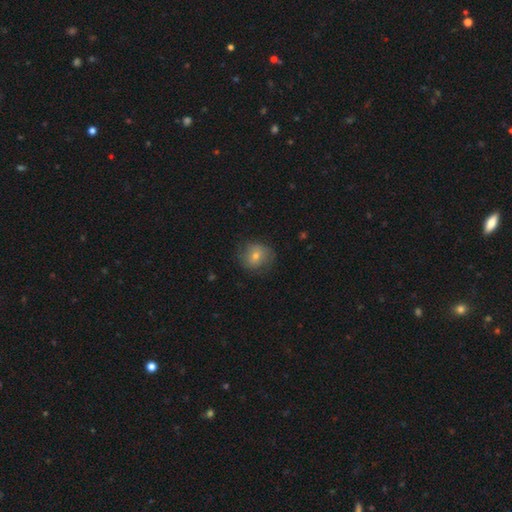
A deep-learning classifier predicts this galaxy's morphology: smooth 60%, featured or disk 28%, star or artifact 12%. Down the decision tree: how rounded — round (80%); merging — none (77%).